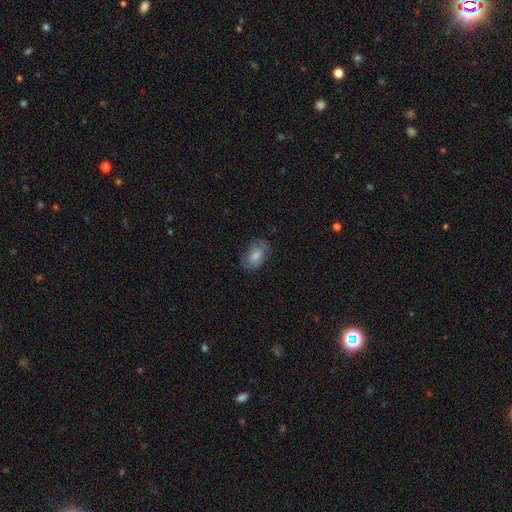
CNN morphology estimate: This appears to be a smooth galaxy with no disk features (74%) that is in between round and cigar-shaped (88%). Merging: none (72%).